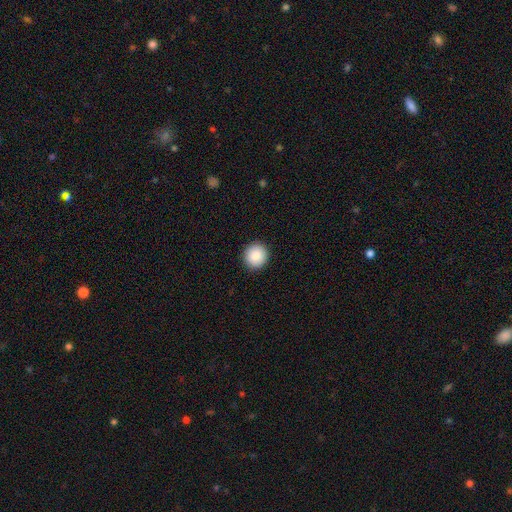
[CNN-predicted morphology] A smooth galaxy with no disk features (86%) that is round (93%). Merging: none (93%).